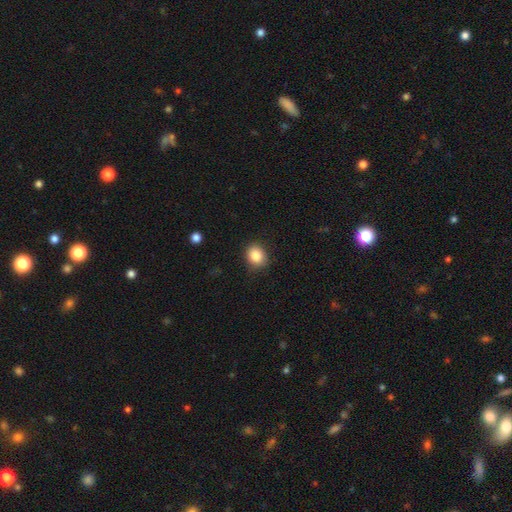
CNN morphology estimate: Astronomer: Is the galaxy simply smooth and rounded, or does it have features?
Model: smooth — 85%.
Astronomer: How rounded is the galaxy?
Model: round — 64%.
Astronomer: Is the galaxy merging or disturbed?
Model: none — 86%.